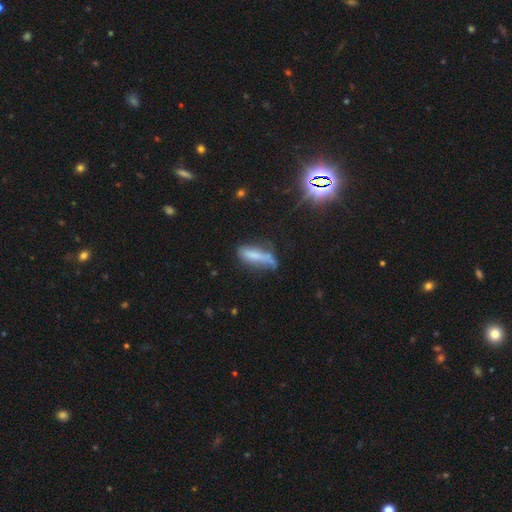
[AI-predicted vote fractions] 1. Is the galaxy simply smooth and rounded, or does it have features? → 64% smooth, 23% featured or disk, 13% star or artifact.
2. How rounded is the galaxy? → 61% cigar-shaped, 37% in between, 2% round.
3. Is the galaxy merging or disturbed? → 40% none, 33% minor disturbance, 18% major disturbance, 8% merger.